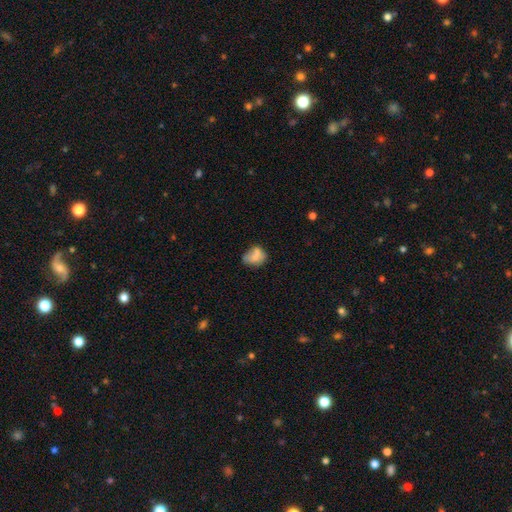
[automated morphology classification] Smooth or featured? smooth (70%)
How rounded? in between (58%)
Merging? none (43%)